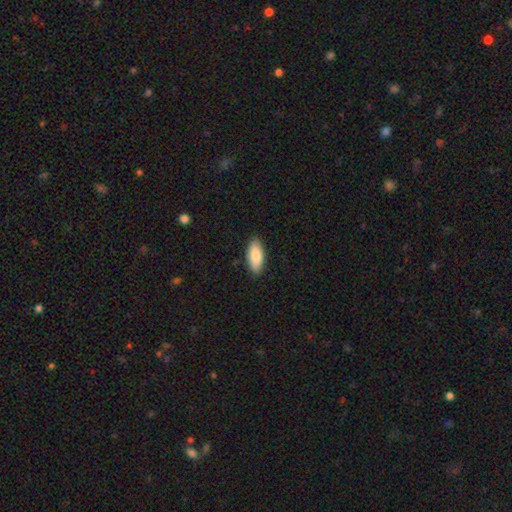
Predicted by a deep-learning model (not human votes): Smooth or featured: smooth — 85% (featured or disk — 9%)
How rounded: in between — 85% (cigar-shaped — 13%)
Merging: none — 89% (minor disturbance — 8%)